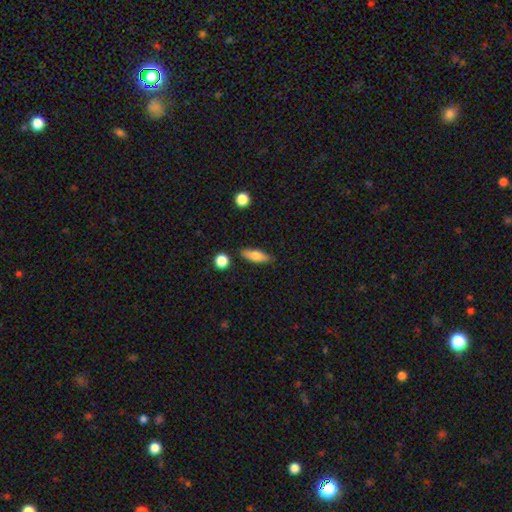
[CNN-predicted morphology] smooth 72%, featured or disk 21%, star or artifact 7%. Down the decision tree: how rounded — in between (58%); merging — none (83%).